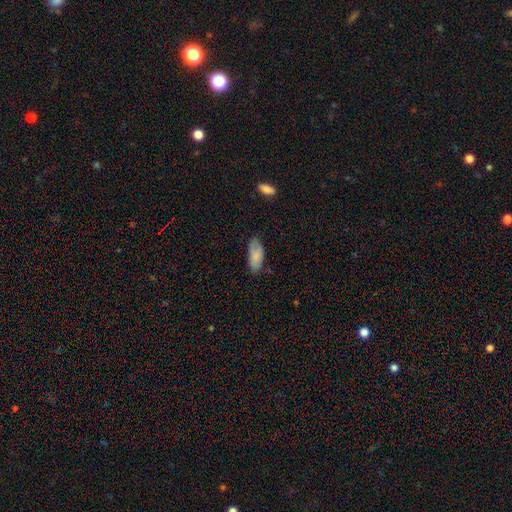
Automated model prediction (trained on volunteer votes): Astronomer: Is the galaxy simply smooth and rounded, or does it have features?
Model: smooth — 83%.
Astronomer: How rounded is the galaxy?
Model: in between — 88%.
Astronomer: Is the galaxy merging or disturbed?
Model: none — 71%.